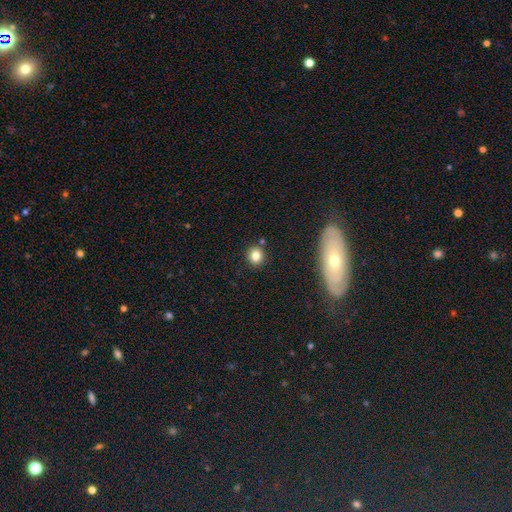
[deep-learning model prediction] Q: Smooth or featured?
A: smooth (81%); runner-up: star or artifact (12%)
Q: How rounded?
A: round (86%); runner-up: in between (13%)
Q: Merging?
A: none (84%); runner-up: minor disturbance (8%)